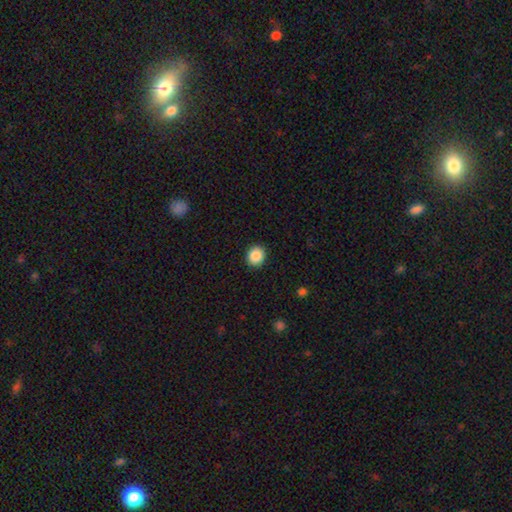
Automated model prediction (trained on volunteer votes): smooth-or-featured: smooth: 88% | star or artifact: 9% | featured or disk: 4%
  how-rounded: round: 83% | in between: 16% | cigar-shaped: 1%
  merging: none: 92% | minor disturbance: 5% | major disturbance: 2% | merger: 1%